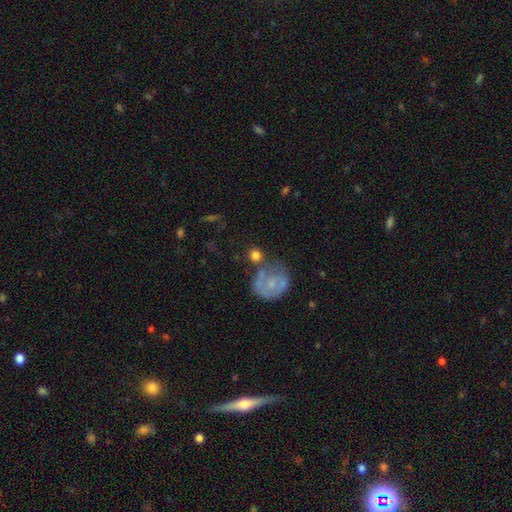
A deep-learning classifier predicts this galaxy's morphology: Smooth or featured? smooth (72%)
How rounded? round (83%)
Merging? none (55%)